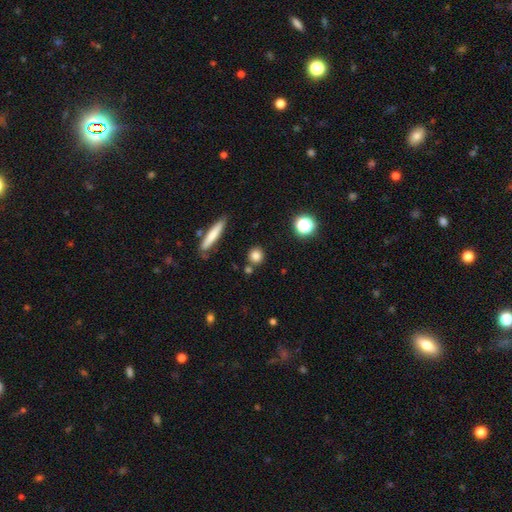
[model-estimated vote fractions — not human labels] Smooth or featured: smooth — 79% (star or artifact — 12%)
How rounded: round — 83% (in between — 12%)
Merging: none — 81% (minor disturbance — 8%)